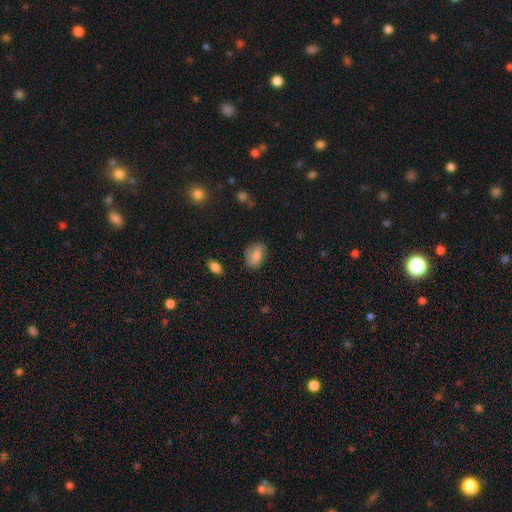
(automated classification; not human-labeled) smooth 74%, featured or disk 18%, star or artifact 8%. Down the decision tree: how rounded — in between (82%); merging — none (71%).